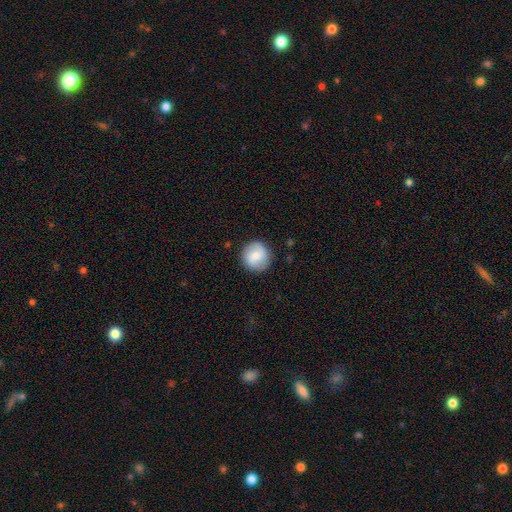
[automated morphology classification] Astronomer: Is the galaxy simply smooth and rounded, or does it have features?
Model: smooth — 78%.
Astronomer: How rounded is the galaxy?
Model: round — 92%.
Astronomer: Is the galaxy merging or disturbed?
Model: none — 88%.